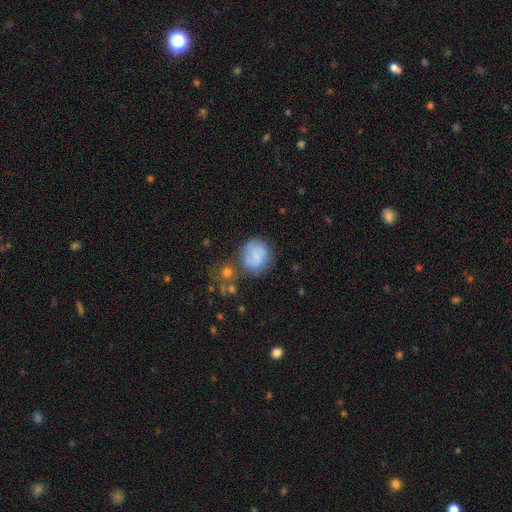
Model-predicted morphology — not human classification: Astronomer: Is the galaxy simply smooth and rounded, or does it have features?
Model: smooth — 72%.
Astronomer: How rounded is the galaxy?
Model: round — 74%.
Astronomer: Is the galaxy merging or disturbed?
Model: none — 57%.